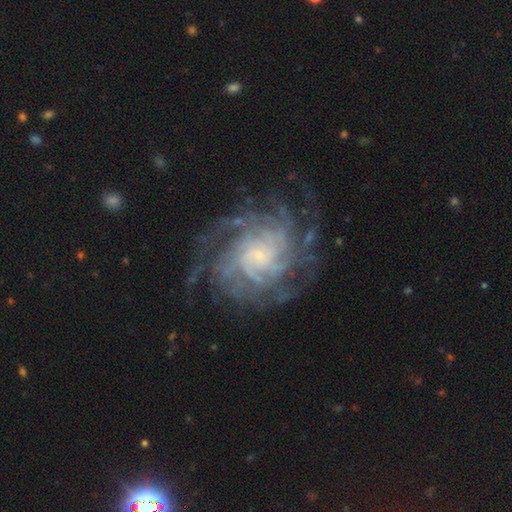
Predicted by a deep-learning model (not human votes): This is clearly a featured or disk galaxy (89%). It is clearly not viewed edge-on (98%). Bar: likely no (73%). Spiral arm pattern: clearly yes (97%). Spiral arm count: marginally more than 4 (28%). Spiral winding: likely tight (70%). Central bulge: clearly small (81%). Merging: likely none (76%).